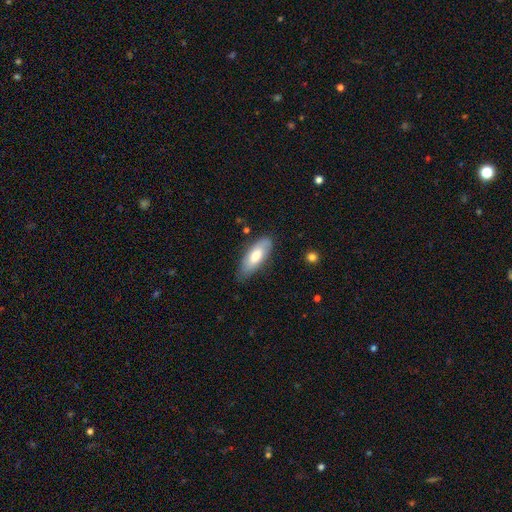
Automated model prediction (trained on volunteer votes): Overall: smooth (66%; featured or disk 28%). How rounded: in between (78%). Merging: none (76%).